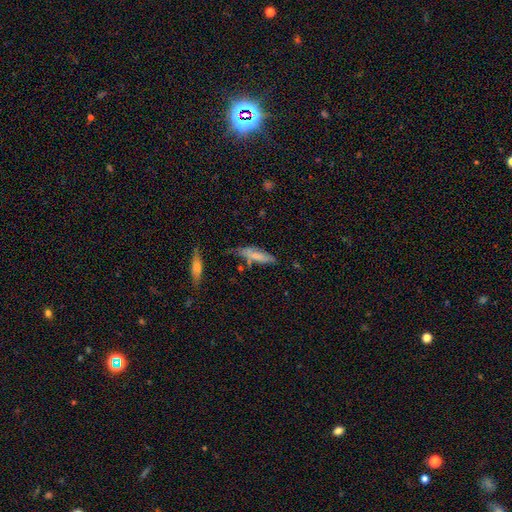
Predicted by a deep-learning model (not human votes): Smooth or featured? smooth (68%)
How rounded? cigar-shaped (65%)
Merging? none (56%)